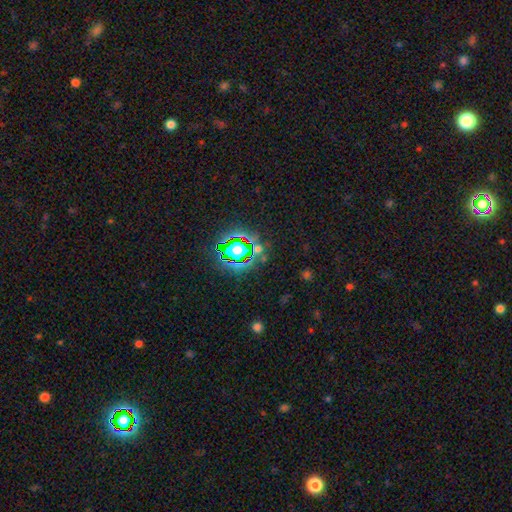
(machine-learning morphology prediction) Overall: star or artifact (76%).